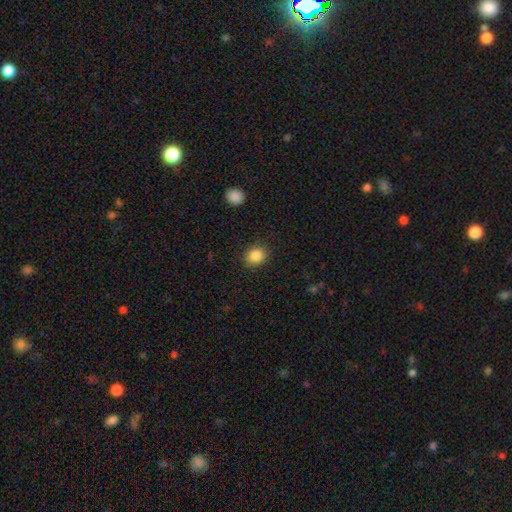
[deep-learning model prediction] The model was most divided on "how rounded": round: 75%, in between: 25%, cigar-shaped: 1%. More confident: merging — none (88%); smooth or featured — smooth (86%).